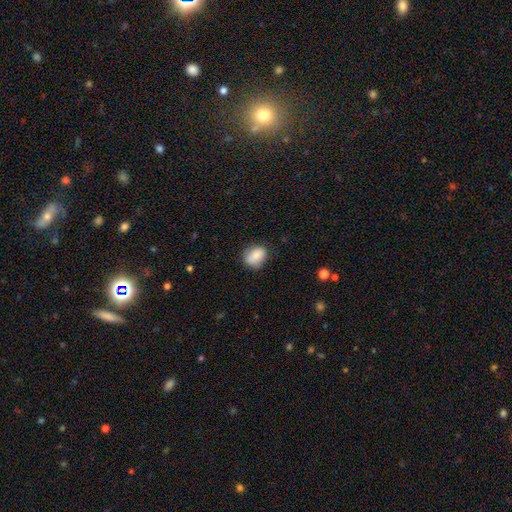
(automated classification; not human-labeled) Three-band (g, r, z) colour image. It shows a smooth galaxy with no disk features (80%) that is round (51%). Merging: none (74%).